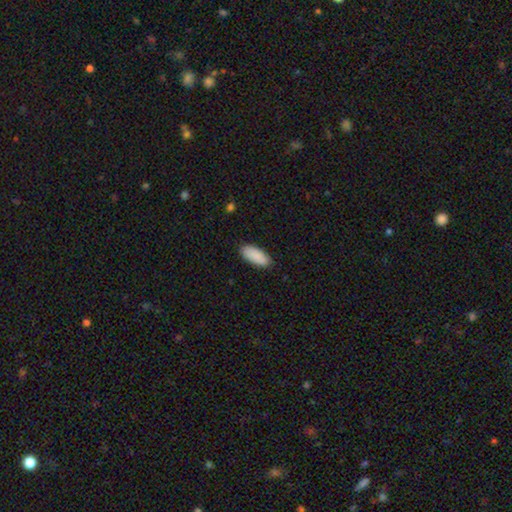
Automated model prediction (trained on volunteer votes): Smooth or featured: smooth — 90% (star or artifact — 6%)
How rounded: in between — 87% (cigar-shaped — 11%)
Merging: none — 85% (minor disturbance — 12%)